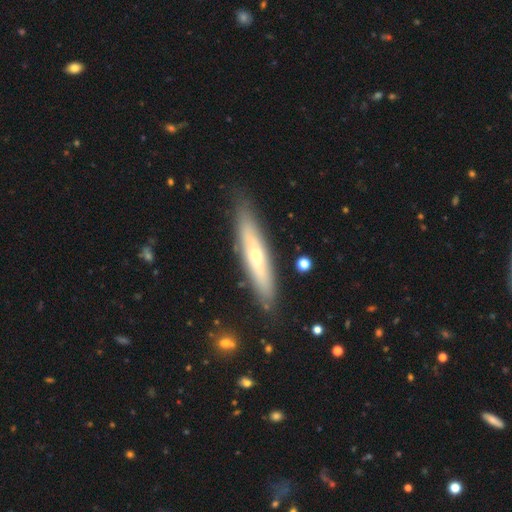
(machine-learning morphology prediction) Overall: featured or disk (57%; smooth 37%). Edge-on disk: yes (75%). Merging: none (85%).